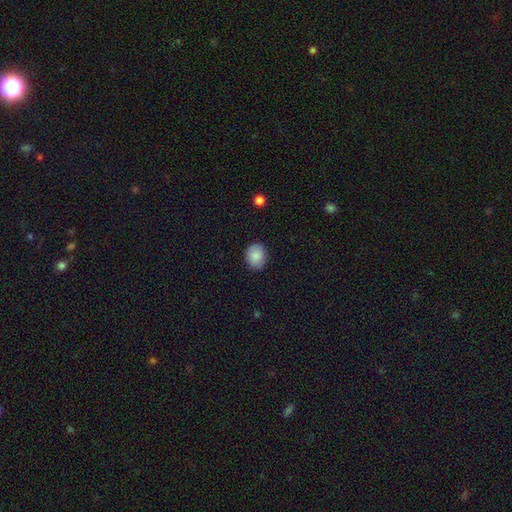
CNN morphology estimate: Smooth or featured?
  - smooth: 87% *
  - star or artifact: 8%
  - featured or disk: 5%
How rounded?
  - round: 63% *
  - in between: 36%
  - cigar-shaped: 1%
Merging?
  - none: 85% *
  - minor disturbance: 11%
  - major disturbance: 2%
  - merger: 1%